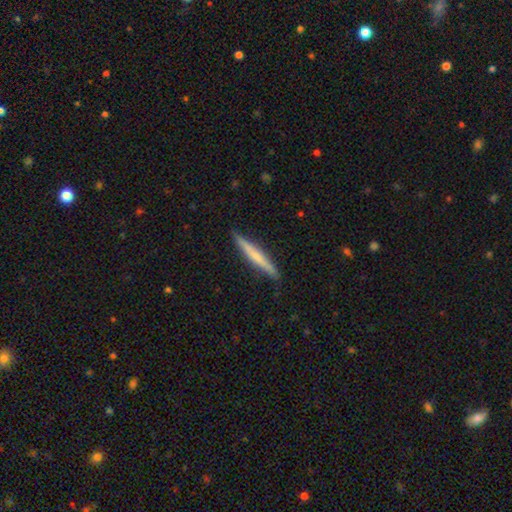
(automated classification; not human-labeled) Overall: smooth (53%; featured or disk 42%). How rounded: cigar-shaped (96%). Merging: none (90%).